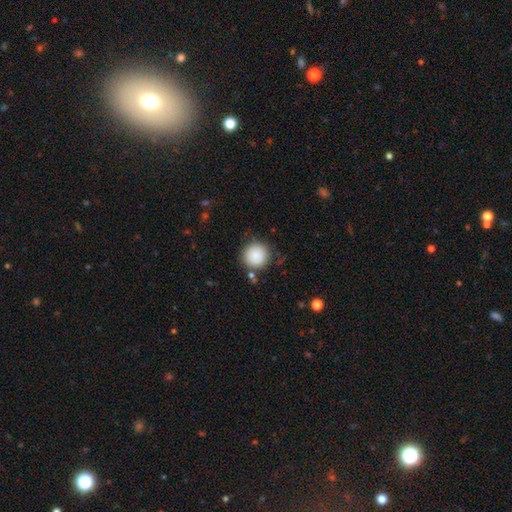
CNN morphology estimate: This appears to be a smooth galaxy with no disk features (88%) that is round (93%). Merging: none (83%).